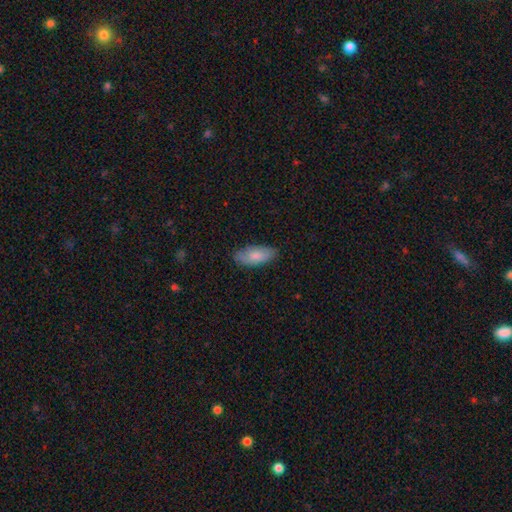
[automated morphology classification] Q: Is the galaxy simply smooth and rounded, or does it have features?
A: smooth — 78%.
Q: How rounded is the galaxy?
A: in between — 87%.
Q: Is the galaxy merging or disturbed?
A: none — 81%.